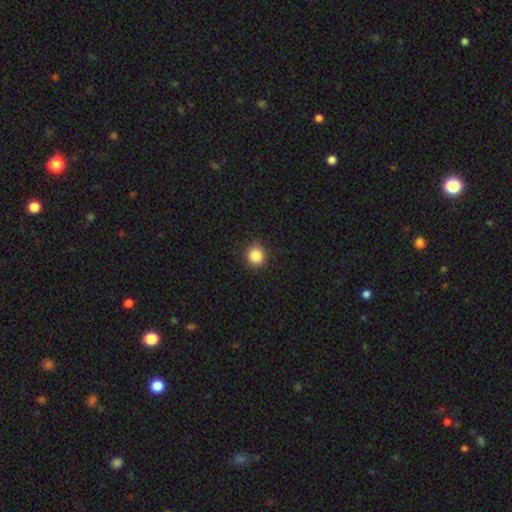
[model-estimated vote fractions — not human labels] The model was most divided on "how rounded": round: 87%, in between: 12%, cigar-shaped: 1%. More confident: merging — none (87%); smooth or featured — smooth (87%).